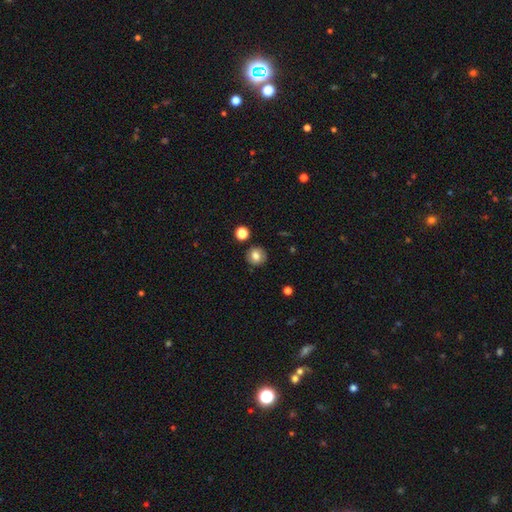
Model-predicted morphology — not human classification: A smooth galaxy with no disk features (78%) that is round (88%).

Vote fractions:
- Smooth or featured? smooth: 78% / featured or disk: 11% / star or artifact: 11%
- How rounded? round: 88% / in between: 11% / cigar-shaped: 1%
- Merging? none: 87% / minor disturbance: 8% / merger: 3% / major disturbance: 2%